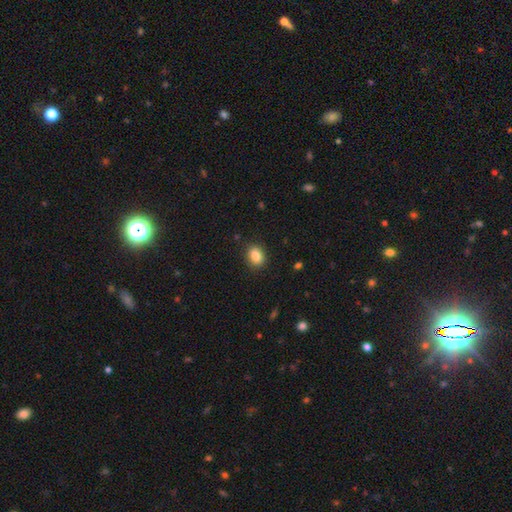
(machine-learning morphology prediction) Smooth or featured: smooth — 87% (star or artifact — 9%)
How rounded: in between — 68% (round — 31%)
Merging: none — 86% (minor disturbance — 10%)